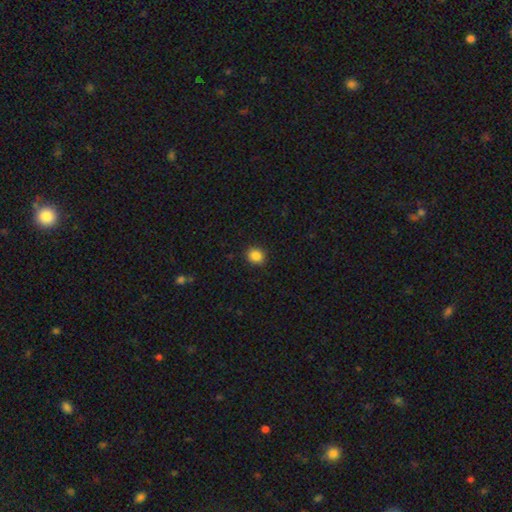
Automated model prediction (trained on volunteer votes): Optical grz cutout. It shows a smooth galaxy with no disk features (86%) that is round (73%). Merging: none (90%).